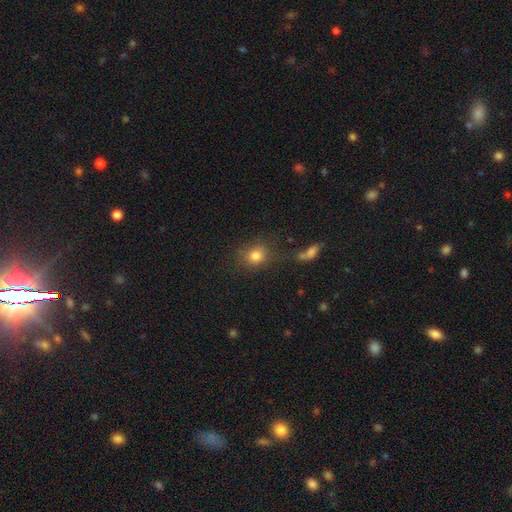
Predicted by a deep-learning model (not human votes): This appears to be a smooth galaxy with no disk features (80%) that is round (67%). Merging: none (69%).